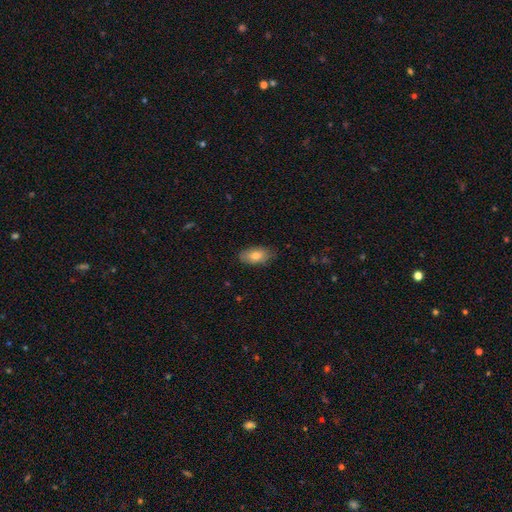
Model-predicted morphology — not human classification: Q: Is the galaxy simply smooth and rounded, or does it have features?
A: smooth — 79%.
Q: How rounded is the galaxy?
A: in between — 90%.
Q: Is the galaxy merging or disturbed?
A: none — 82%.